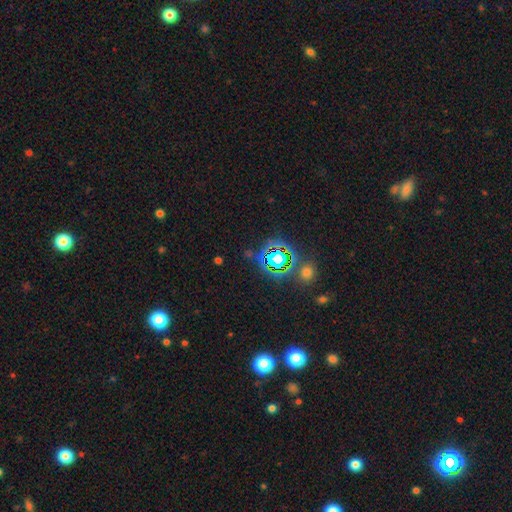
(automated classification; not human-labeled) Smooth or featured? Predicted: star or artifact (p=0.75).